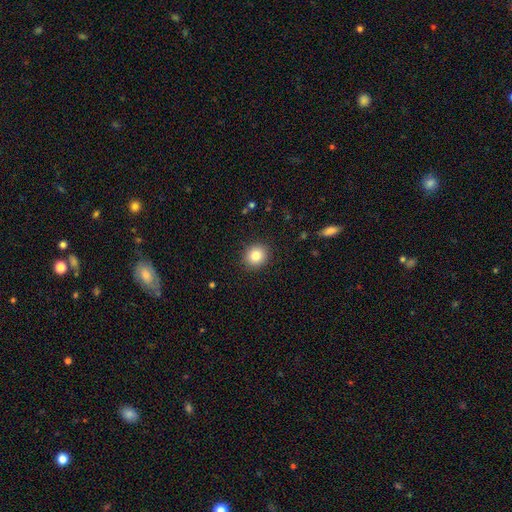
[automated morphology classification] smooth_or_featured: smooth (p=0.84) [alt: star or artifact p=0.10]
how_rounded: round (p=0.82) [alt: in between p=0.17]
merging: none (p=0.90) [alt: minor disturbance p=0.07]